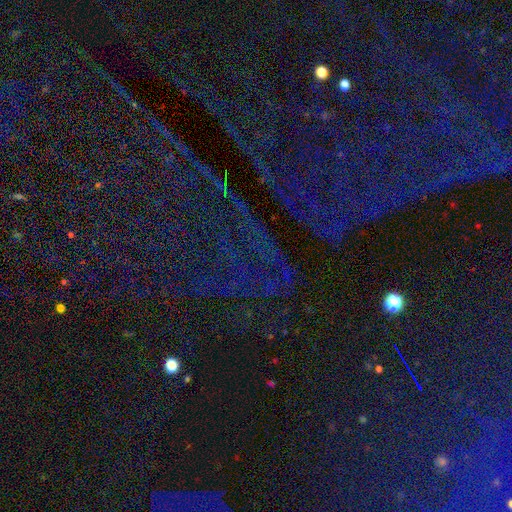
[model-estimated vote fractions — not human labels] Q: Smooth or featured?
A: star or artifact (86%); runner-up: smooth (8%)